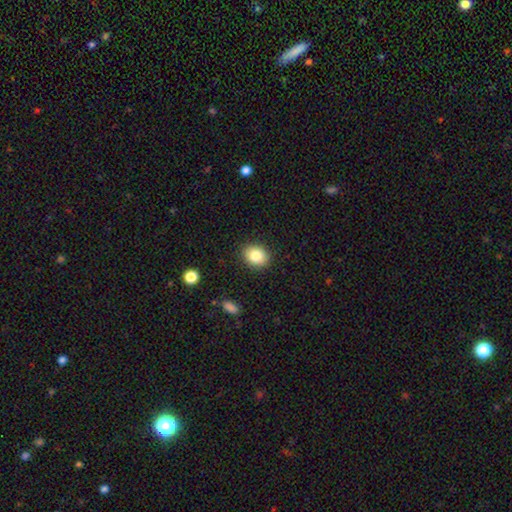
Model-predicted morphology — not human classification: smooth_or_featured: smooth (p=0.84) [alt: star or artifact p=0.09]
how_rounded: in between (p=0.50) [alt: round p=0.49]
merging: none (p=0.88) [alt: minor disturbance p=0.09]